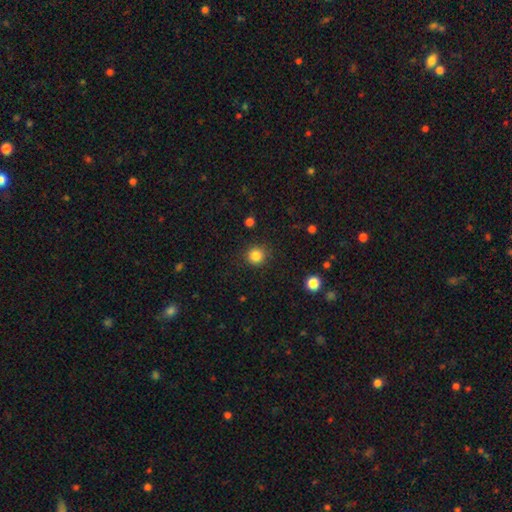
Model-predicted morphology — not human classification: This is clearly a smooth galaxy (84%). How rounded: clearly round (93%). Merging: clearly none (90%).